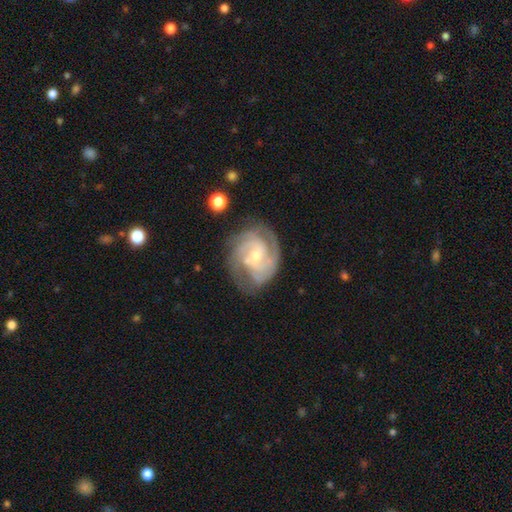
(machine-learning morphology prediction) Smooth or featured: featured or disk — 89% (smooth — 6%)
Edge-on disk: no — 98% (yes — 2%)
Bar: no — 54% (weak — 37%)
Spiral arms: yes — 98% (no — 2%)
Spiral winding: tight — 62% (medium — 33%)
Spiral arm count: 3 — 37% (2 — 29%)
Bulge size: small — 62% (moderate — 34%)
Merging: none — 73% (minor disturbance — 18%)